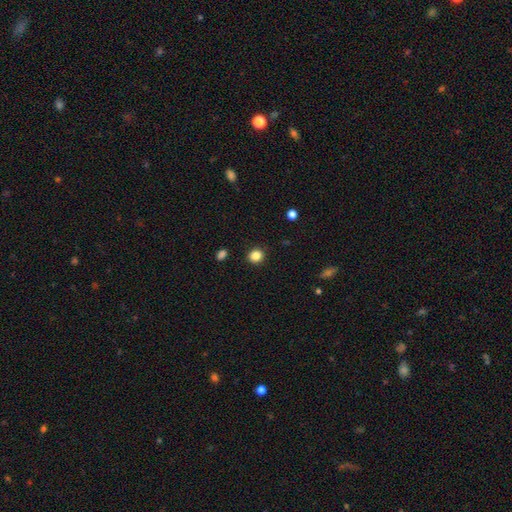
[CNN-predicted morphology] smooth-or-featured: smooth: 85% | star or artifact: 11% | featured or disk: 3%
  how-rounded: round: 84% | in between: 15% | cigar-shaped: 1%
  merging: none: 91% | minor disturbance: 6% | major disturbance: 2% | merger: 1%